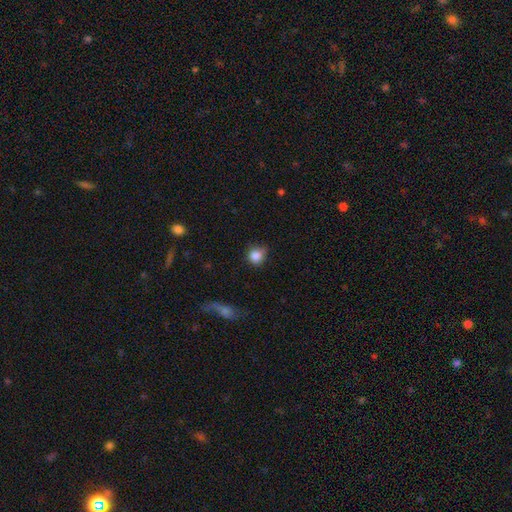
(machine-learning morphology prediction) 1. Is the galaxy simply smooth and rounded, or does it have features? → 85% smooth, 9% star or artifact, 6% featured or disk.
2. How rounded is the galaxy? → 85% round, 14% in between, 1% cigar-shaped.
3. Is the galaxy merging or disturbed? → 67% none, 24% minor disturbance, 6% major disturbance, 3% merger.